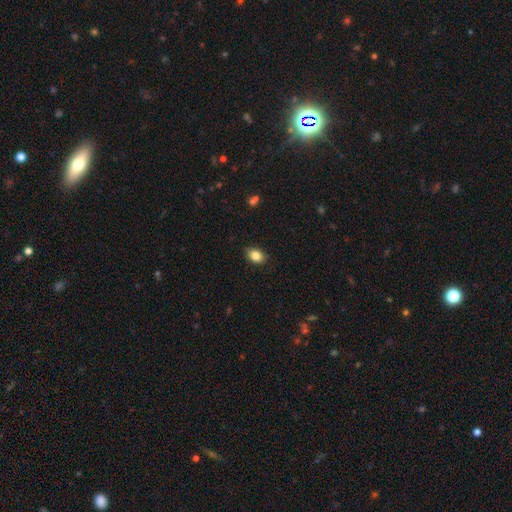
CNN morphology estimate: Smooth or featured? smooth (85%)
How rounded? in between (76%)
Merging? none (86%)